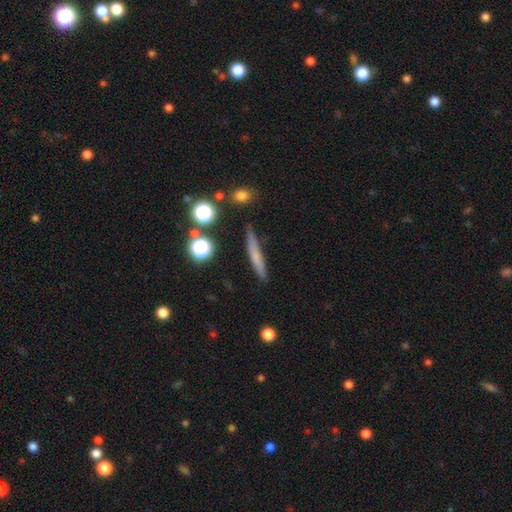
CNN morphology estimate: smooth-or-featured: smooth: 61% | featured or disk: 28% | star or artifact: 10%
  how-rounded: cigar-shaped: 91% | in between: 5% | round: 4%
  merging: none: 85% | minor disturbance: 10% | major disturbance: 3% | merger: 2%